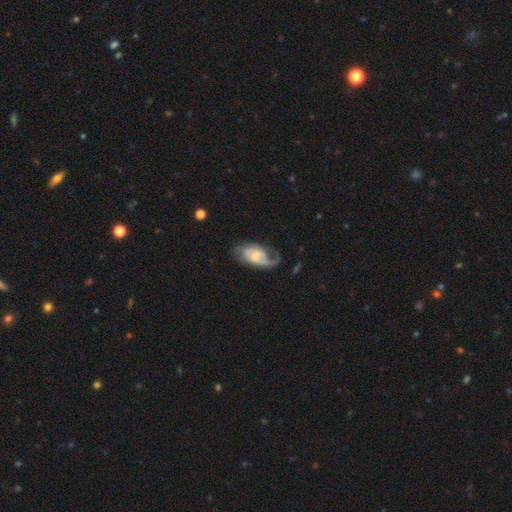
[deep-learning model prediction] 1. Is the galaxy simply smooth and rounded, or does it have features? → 78% featured or disk, 17% smooth, 5% star or artifact.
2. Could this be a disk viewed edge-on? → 96% no, 4% yes.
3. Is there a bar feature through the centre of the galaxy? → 55% no, 37% weak, 8% strong.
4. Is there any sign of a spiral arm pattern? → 92% yes, 8% no.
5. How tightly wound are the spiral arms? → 42% medium, 33% loose, 24% tight.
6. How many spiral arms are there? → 47% 2, 36% 1, 11% can't tell, 4% 3, 1% 4, 1% more than 4.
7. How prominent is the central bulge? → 45% moderate, 44% small, 5% large, 5% none, 1% dominant.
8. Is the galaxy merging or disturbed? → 51% none, 24% major disturbance, 23% minor disturbance, 2% merger.